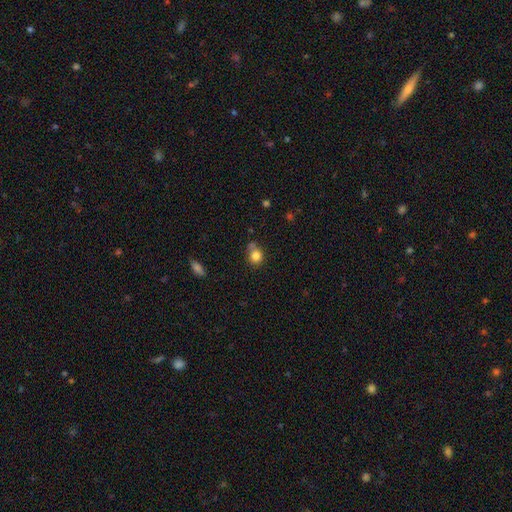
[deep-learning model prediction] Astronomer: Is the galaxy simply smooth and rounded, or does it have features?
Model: smooth — 82%.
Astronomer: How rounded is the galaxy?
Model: round — 82%.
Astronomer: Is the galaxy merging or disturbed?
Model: none — 59%.